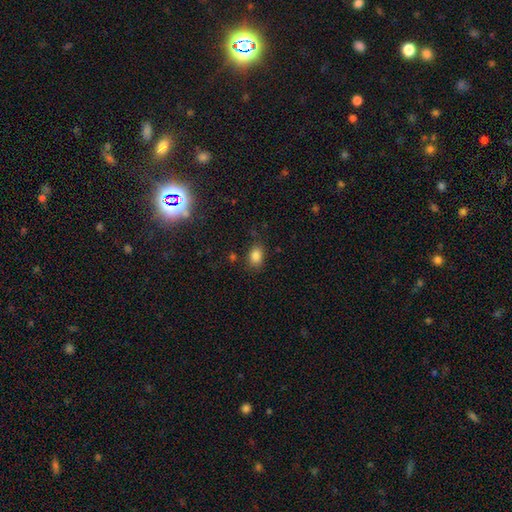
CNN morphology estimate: This is clearly a smooth galaxy (83%). How rounded: likely in between (73%). Merging: likely none (79%).